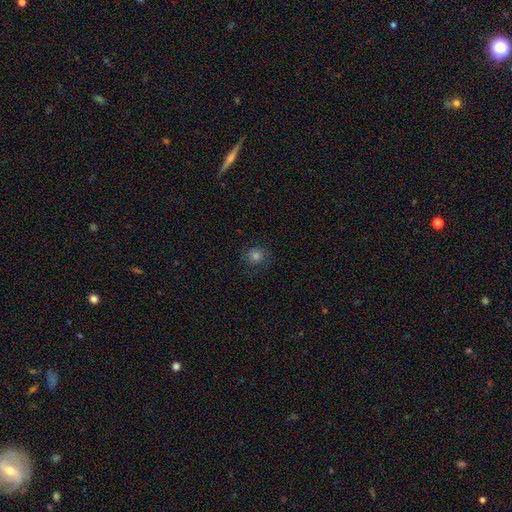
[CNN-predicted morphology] smooth_or_featured: smooth (p=0.61) [alt: star or artifact p=0.21]
how_rounded: round (p=0.85) [alt: in between p=0.14]
merging: none (p=0.81) [alt: minor disturbance p=0.13]